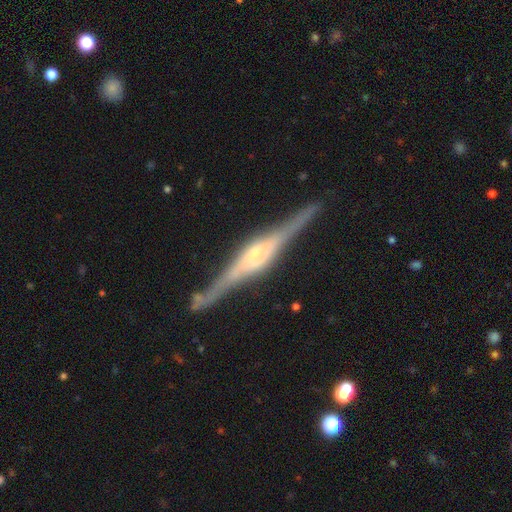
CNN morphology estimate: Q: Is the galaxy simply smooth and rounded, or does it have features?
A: featured or disk — 87%.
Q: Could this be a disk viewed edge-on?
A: yes — 97%.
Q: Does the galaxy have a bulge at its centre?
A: rounded — 59%.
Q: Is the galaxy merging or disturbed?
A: none — 85%.